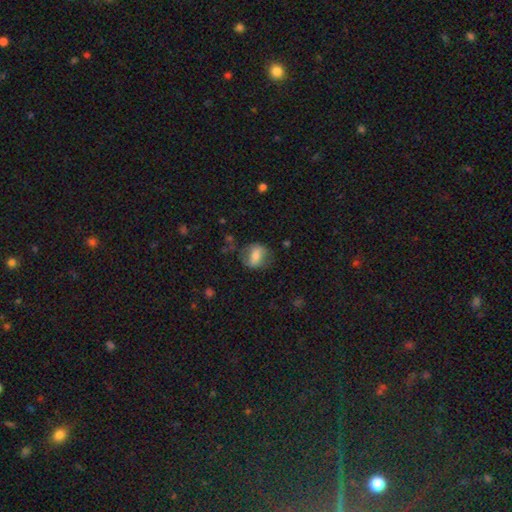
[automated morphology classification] Q: Smooth or featured?
A: smooth (61%); runner-up: featured or disk (31%)
Q: How rounded?
A: in between (58%); runner-up: round (39%)
Q: Merging?
A: none (65%); runner-up: minor disturbance (21%)